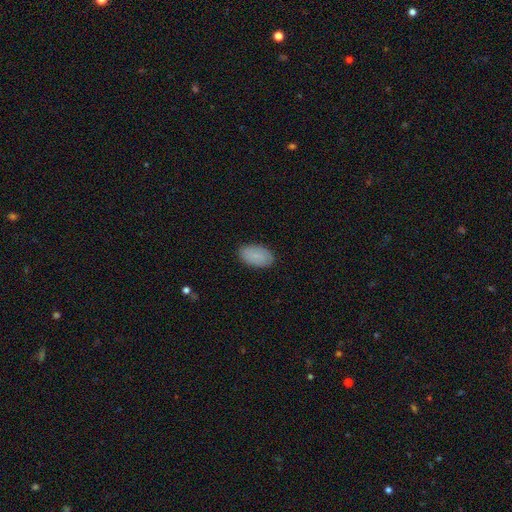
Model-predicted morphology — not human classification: A smooth galaxy with no disk features (84%) that is in between round and cigar-shaped (94%). Merging: none (87%).